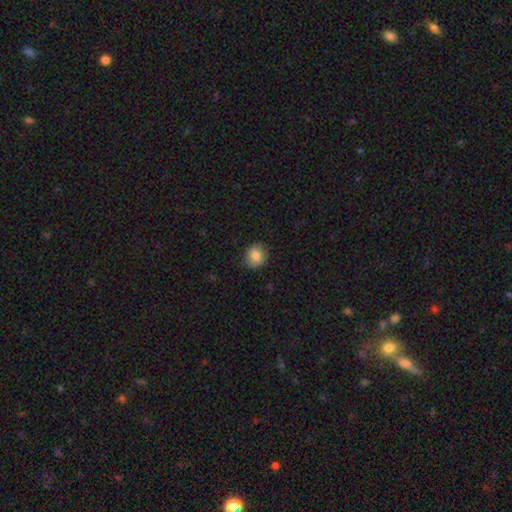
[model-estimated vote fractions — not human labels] This appears to be a smooth galaxy with no disk features (83%) that is round (72%). Merging: none (82%).